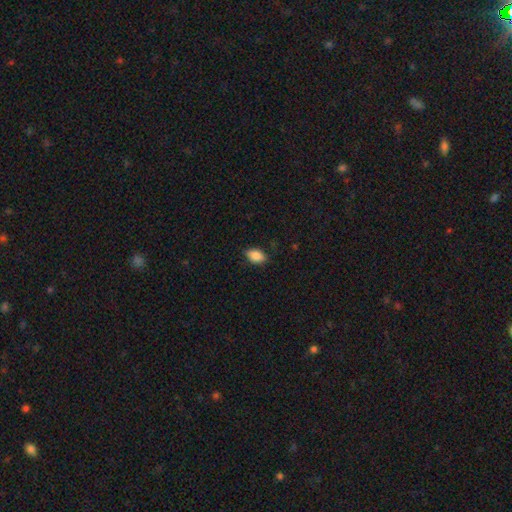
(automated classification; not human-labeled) Smooth or featured? Predicted: smooth (p=0.87). How rounded? Predicted: in between (p=0.89). Merging? Predicted: none (p=0.83).